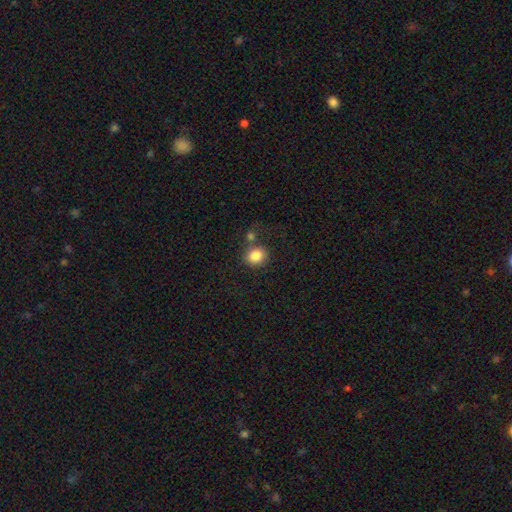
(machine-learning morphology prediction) Smooth or featured? Predicted: smooth (p=0.84). How rounded? Predicted: round (p=0.81). Merging? Predicted: none (p=0.67).